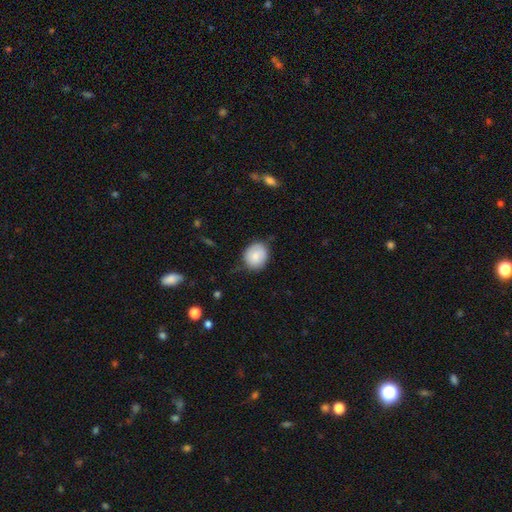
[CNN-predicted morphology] Smooth or featured? Predicted: smooth (p=0.83). How rounded? Predicted: round (p=0.66). Merging? Predicted: none (p=0.70).